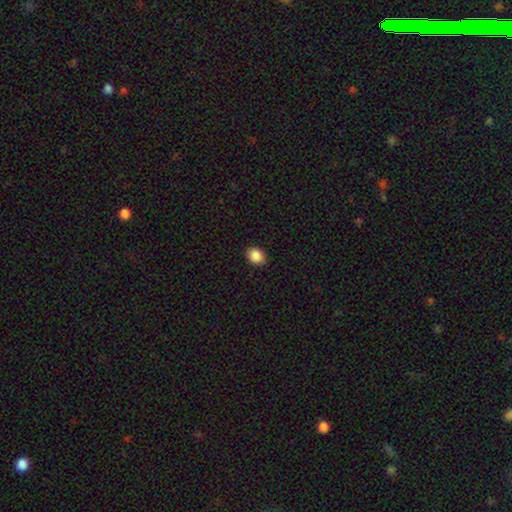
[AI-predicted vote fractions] A smooth galaxy with no disk features (88%) that is in between round and cigar-shaped (51%). Merging: none (89%).